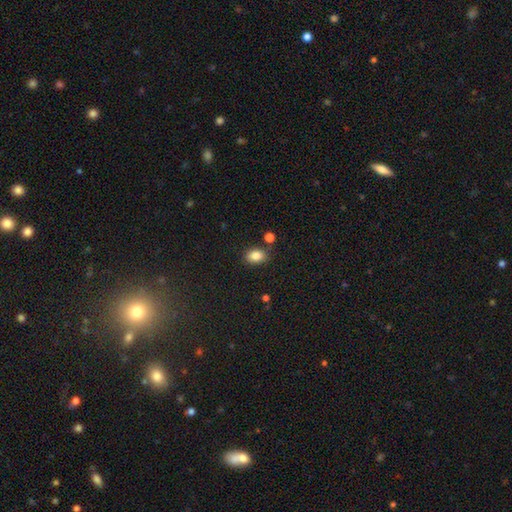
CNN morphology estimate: This is clearly a smooth galaxy (84%). How rounded: likely in between (75%). Merging: clearly none (81%).